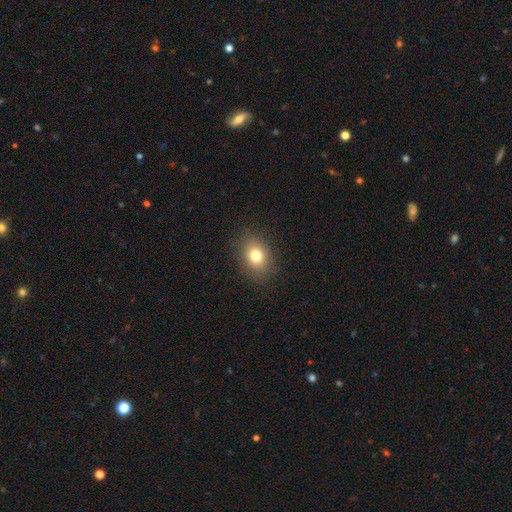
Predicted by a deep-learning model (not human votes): Smooth or featured? smooth (78%)
How rounded? in between (63%)
Merging? none (86%)